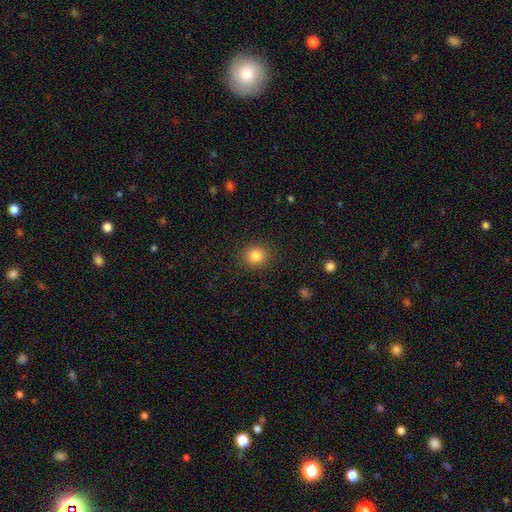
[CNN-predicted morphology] Smooth or featured: smooth — 83% (star or artifact — 11%)
How rounded: round — 83% (in between — 16%)
Merging: none — 90% (minor disturbance — 7%)